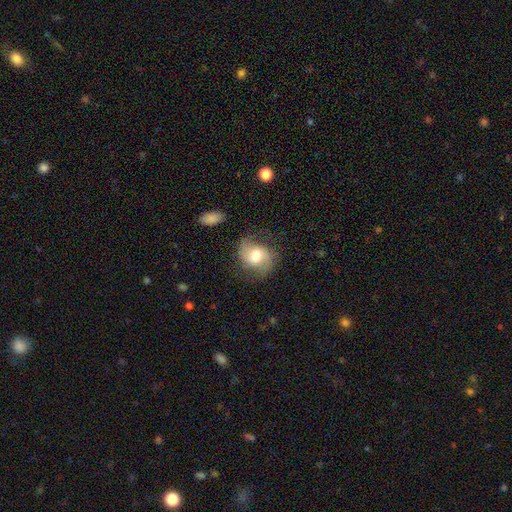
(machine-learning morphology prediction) Smooth or featured?
  - featured or disk: 63% *
  - smooth: 30%
  - star or artifact: 7%
Edge-on disk?
  - no: 97% *
  - yes: 3%
Bar?
  - weak: 45% *
  - no: 44%
  - strong: 12%
Spiral arms?
  - yes: 91% *
  - no: 9%
Spiral winding?
  - medium: 46% *
  - loose: 39%
  - tight: 15%
Spiral arm count?
  - 2: 88% *
  - can't tell: 5%
  - 1: 3%
  - 3: 1%
  - 4: 1%
  - more than 4: 1%
Bulge size?
  - moderate: 54% *
  - large: 30%
  - small: 10%
  - dominant: 3%
  - none: 3%
Merging?
  - none: 66% *
  - minor disturbance: 20%
  - major disturbance: 11%
  - merger: 2%